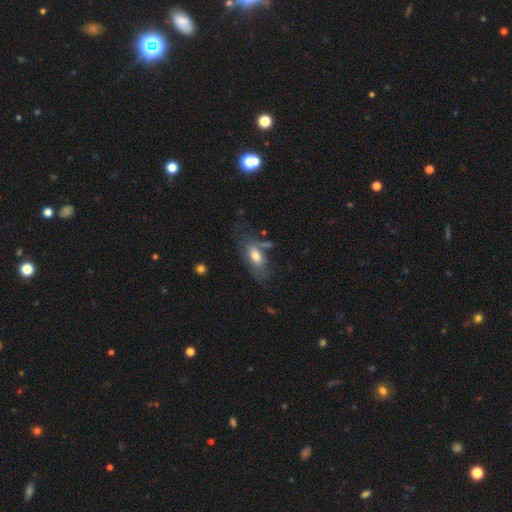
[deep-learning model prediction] Q: Smooth or featured?
A: smooth (69%); runner-up: featured or disk (24%)
Q: How rounded?
A: in between (86%); runner-up: cigar-shaped (10%)
Q: Merging?
A: none (54%); runner-up: minor disturbance (25%)